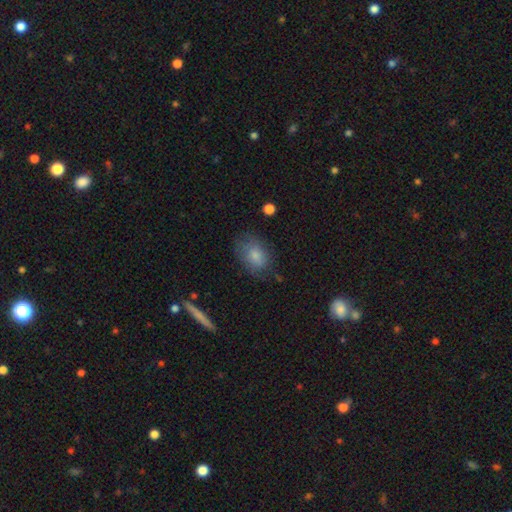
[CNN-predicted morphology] Smooth or featured? smooth (75%)
How rounded? in between (75%)
Merging? none (69%)